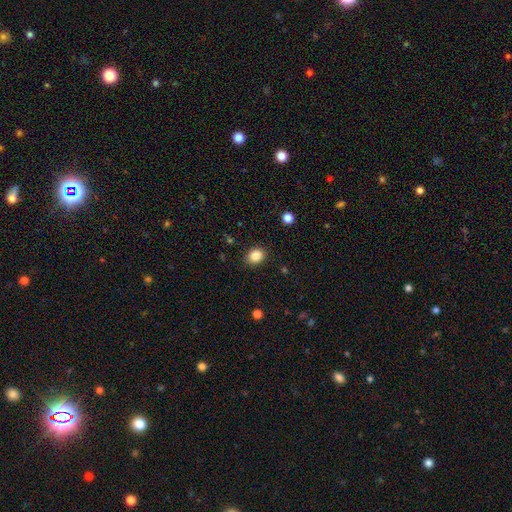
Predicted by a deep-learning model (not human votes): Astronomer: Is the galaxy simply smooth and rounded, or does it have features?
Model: smooth — 86%.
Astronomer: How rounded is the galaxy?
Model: in between — 52% (runner-up: round, 47%).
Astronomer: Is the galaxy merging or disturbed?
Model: none — 88%.